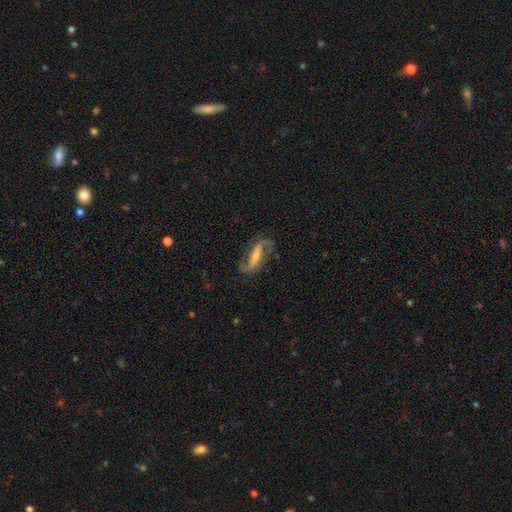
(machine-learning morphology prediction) Smooth or featured? featured or disk (87%)
Edge-on disk? no (91%)
Bar? strong (56%)
Spiral arms? yes (96%)
Spiral winding? loose (51%)
Spiral arm count? 2 (92%)
Bulge size? small (53%)
Merging? none (76%)